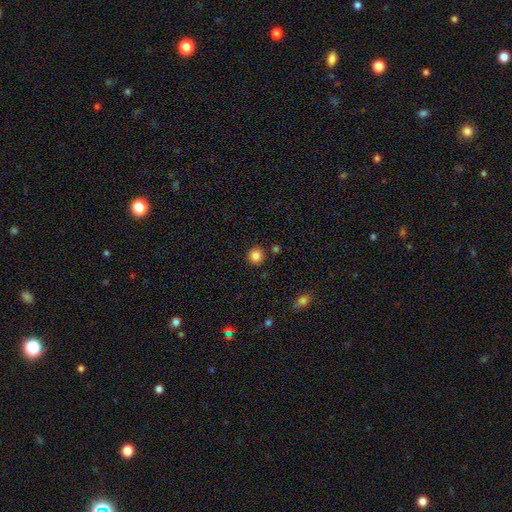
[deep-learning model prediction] This is clearly a smooth galaxy (86%). How rounded: clearly round (94%). Merging: clearly none (89%).